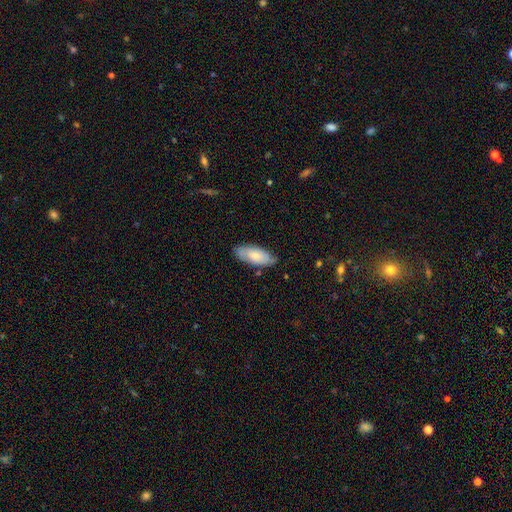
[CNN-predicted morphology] This is likely a smooth galaxy (69%). How rounded: clearly in between (84%). Merging: likely none (76%).